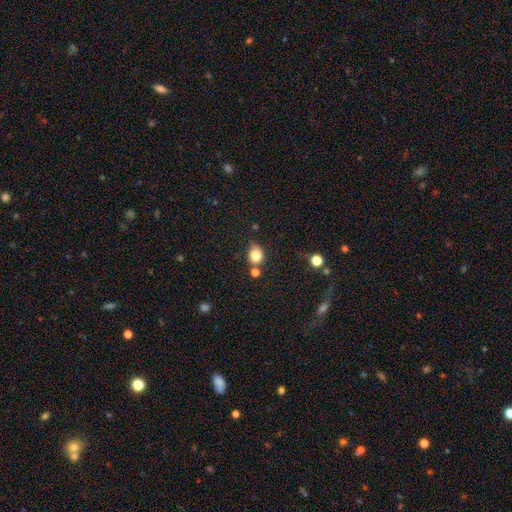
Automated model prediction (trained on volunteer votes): Smooth or featured?
  - smooth: 81% *
  - star or artifact: 12%
  - featured or disk: 8%
How rounded?
  - round: 69% *
  - in between: 30%
  - cigar-shaped: 1%
Merging?
  - none: 66% *
  - minor disturbance: 17%
  - merger: 12%
  - major disturbance: 5%